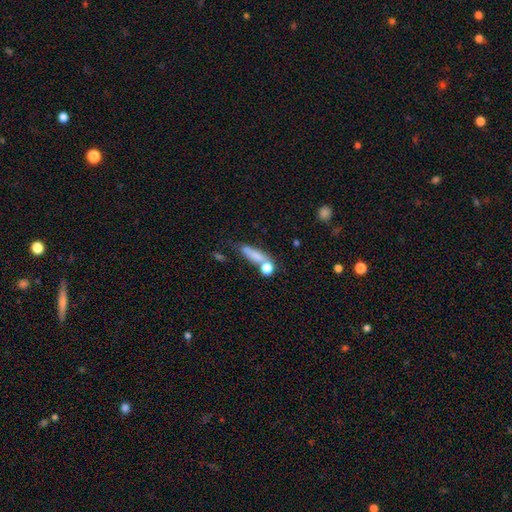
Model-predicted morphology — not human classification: smooth_or_featured: smooth (p=0.71) [alt: featured or disk p=0.18]
how_rounded: cigar-shaped (p=0.51) [alt: in between p=0.37]
merging: none (p=0.45) [alt: merger p=0.25]